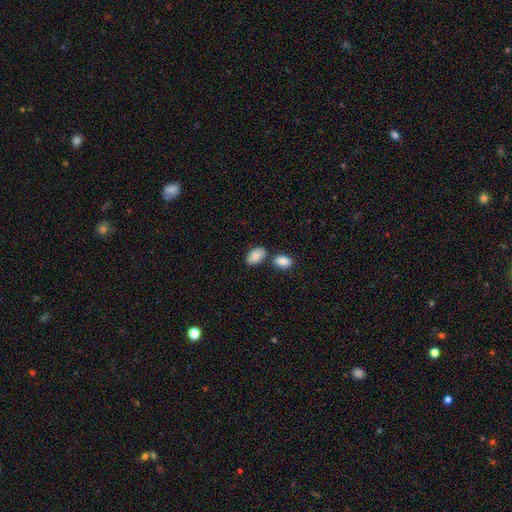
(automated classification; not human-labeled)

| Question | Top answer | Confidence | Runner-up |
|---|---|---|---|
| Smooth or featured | smooth | 88% | star or artifact (7%) |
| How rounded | in between | 93% | round (6%) |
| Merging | none | 65% | merger (17%) |